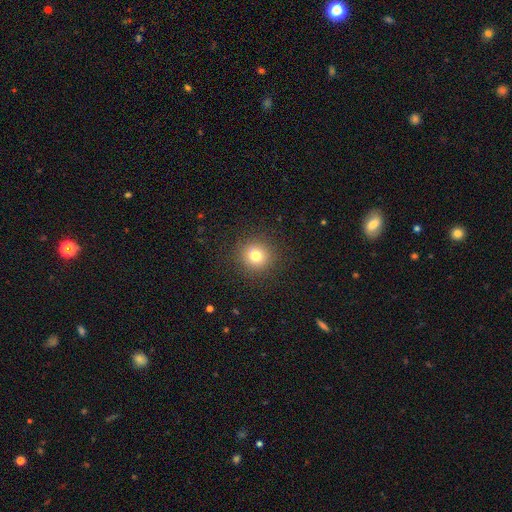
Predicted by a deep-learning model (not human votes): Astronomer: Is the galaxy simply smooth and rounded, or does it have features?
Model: smooth — 76%.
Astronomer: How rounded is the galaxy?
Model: round — 93%.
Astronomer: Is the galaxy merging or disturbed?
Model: none — 90%.